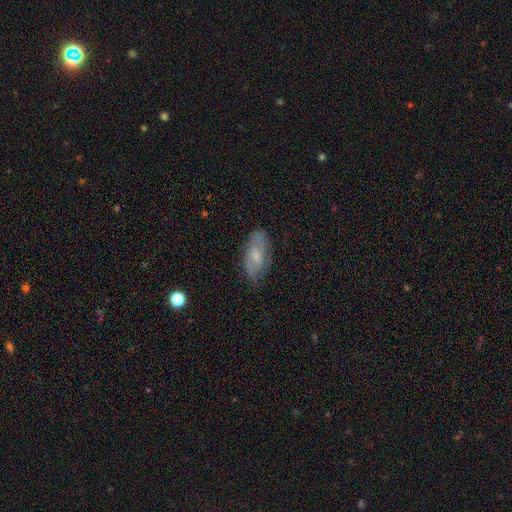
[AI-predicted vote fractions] A featured or disk galaxy (55%).

Vote fractions:
- Smooth or featured? featured or disk: 55% / smooth: 37% / star or artifact: 8%
- Edge-on disk? no: 90% / yes: 10%
- Merging? none: 71% / minor disturbance: 21% / major disturbance: 6% / merger: 1%